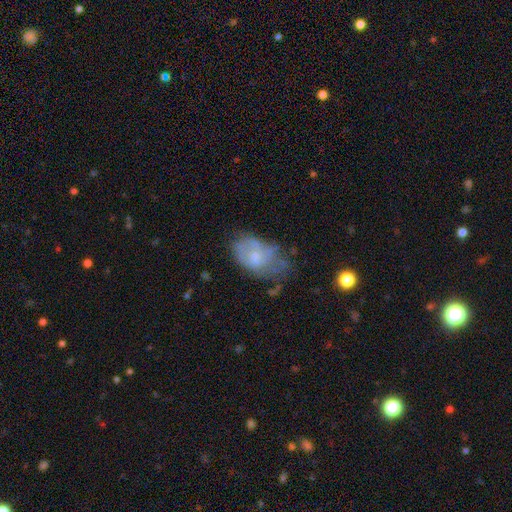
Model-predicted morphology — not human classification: smooth_or_featured: smooth (p=0.46) [alt: featured or disk p=0.45]
merging: none (p=0.35) [alt: minor disturbance p=0.34]